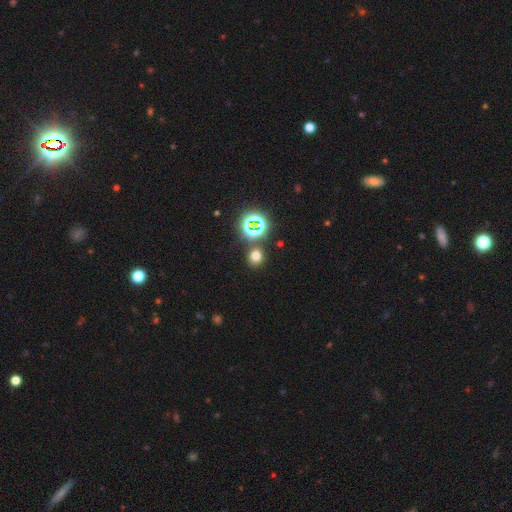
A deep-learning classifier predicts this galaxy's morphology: A smooth galaxy with no disk features (65%) that is round (80%).

Vote fractions:
- Smooth or featured? smooth: 65% / star or artifact: 28% / featured or disk: 7%
- How rounded? round: 80% / in between: 19% / cigar-shaped: 1%
- Merging? none: 83% / minor disturbance: 7% / merger: 6% / major disturbance: 3%